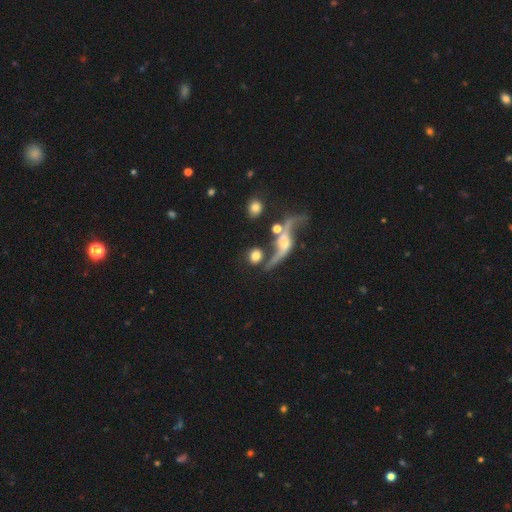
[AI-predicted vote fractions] A smooth galaxy with no disk features (58%) that is round (77%). Merging: none (59%).